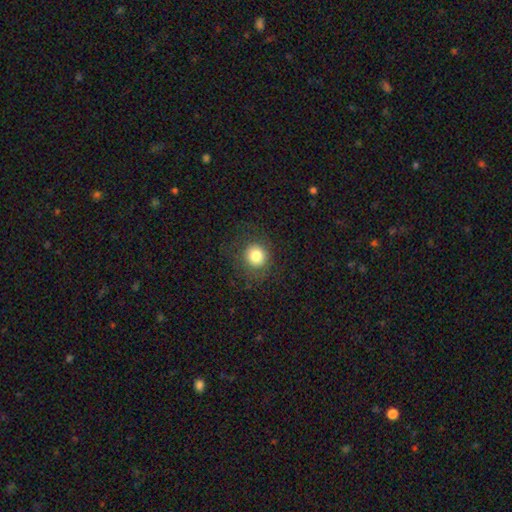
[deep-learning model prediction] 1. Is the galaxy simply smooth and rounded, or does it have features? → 79% smooth, 11% star or artifact, 9% featured or disk.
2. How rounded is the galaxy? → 90% round, 9% in between, 1% cigar-shaped.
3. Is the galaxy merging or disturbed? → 83% none, 10% minor disturbance, 6% major disturbance, 1% merger.